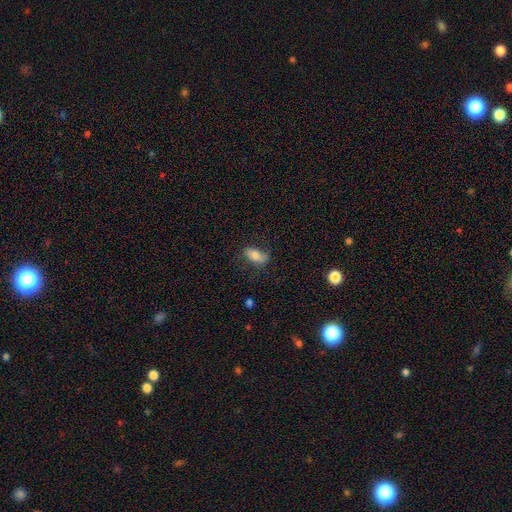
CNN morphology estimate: type=smooth (74%); roundness=in between (88%); merging=none (62%).